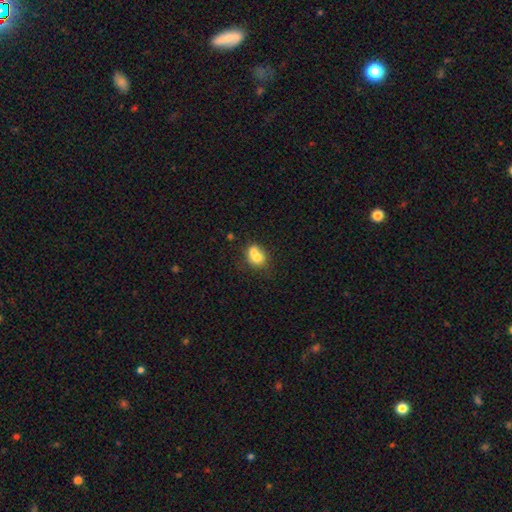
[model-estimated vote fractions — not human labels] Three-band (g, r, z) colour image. It shows a smooth galaxy with no disk features (69%) that is round (59%). Merging: merger (61%).